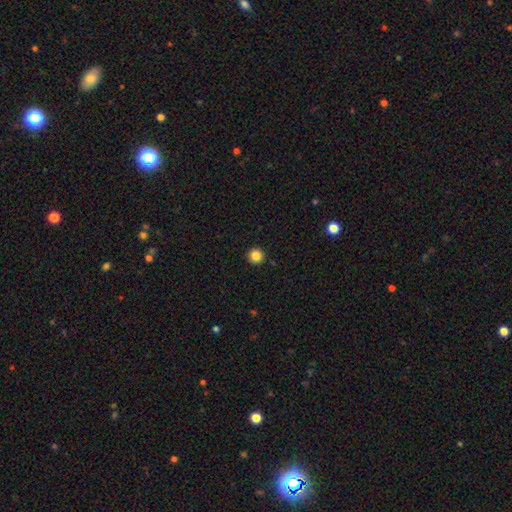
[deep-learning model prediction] smooth_or_featured: smooth (p=0.84) [alt: star or artifact p=0.11]
how_rounded: round (p=0.96) [alt: in between p=0.03]
merging: none (p=0.93) [alt: minor disturbance p=0.04]